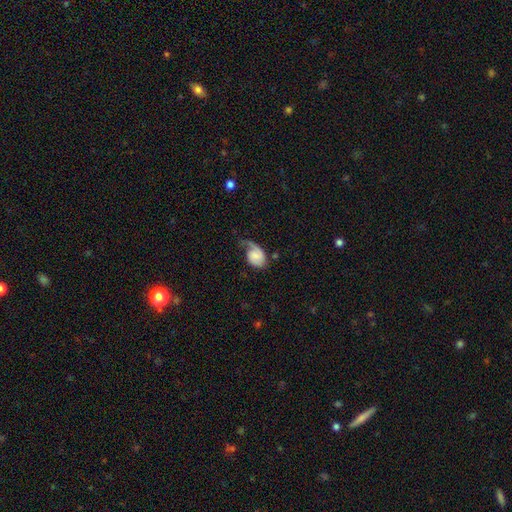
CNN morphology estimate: smooth_or_featured: featured or disk (p=0.51) [alt: smooth p=0.42]
disk_edge_on: no (p=0.97) [alt: yes p=0.03]
bar: no (p=0.67) [alt: weak p=0.28]
has_spiral_arms: yes (p=0.87) [alt: no p=0.13]
bulge_size: small (p=0.35) [alt: none p=0.32]
merging: major disturbance (p=0.42) [alt: minor disturbance p=0.28]